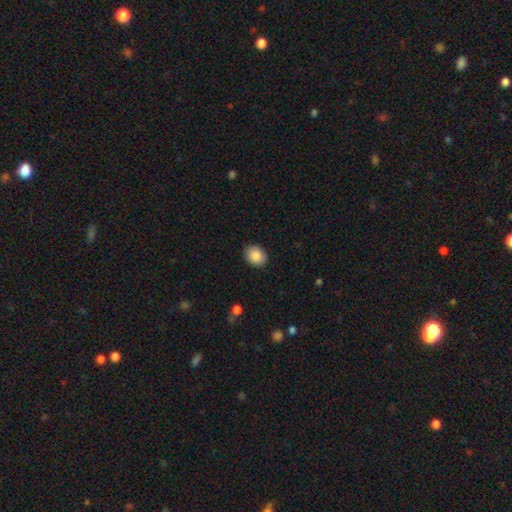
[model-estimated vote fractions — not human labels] Overall: smooth (88%). How rounded: in between (54%; round 45%). Merging: none (88%).